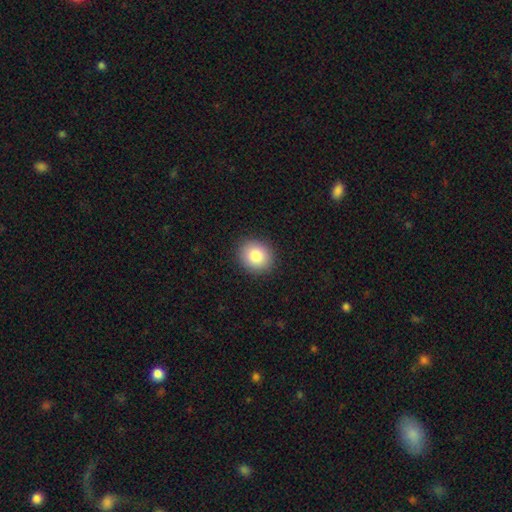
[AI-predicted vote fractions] Smooth or featured? Predicted: smooth (p=0.84). How rounded? Predicted: round (p=0.76). Merging? Predicted: none (p=0.91).